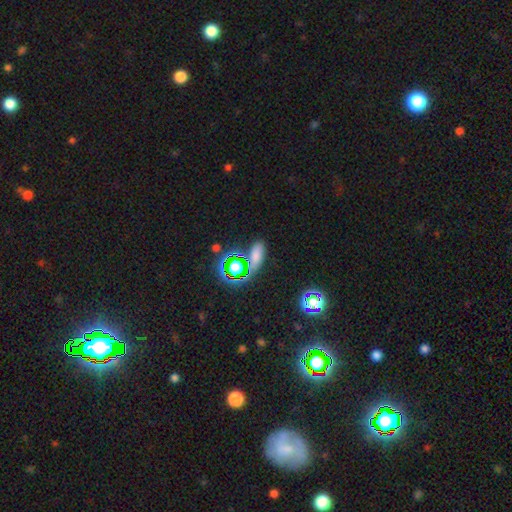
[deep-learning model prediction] Smooth or featured? smooth (59%)
How rounded? in between (75%)
Merging? none (75%)